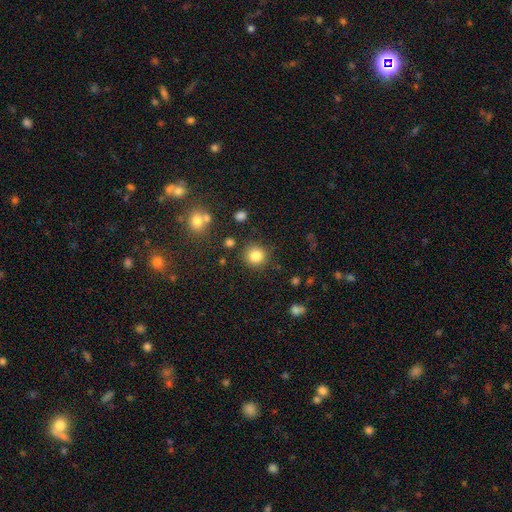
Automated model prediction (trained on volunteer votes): Smooth or featured? Predicted: smooth (p=0.84). How rounded? Predicted: round (p=0.92). Merging? Predicted: none (p=0.86).